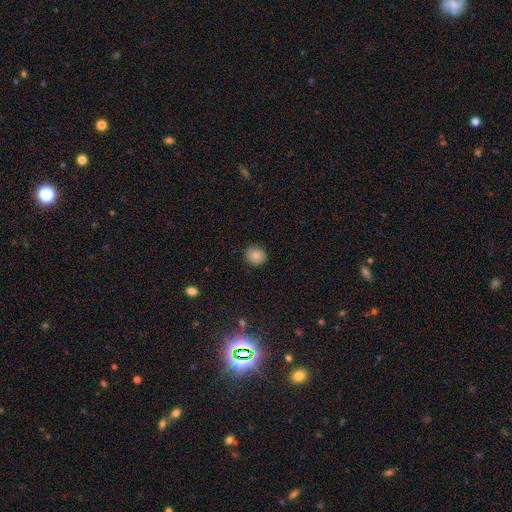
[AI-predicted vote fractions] Smooth or featured?
  - smooth: 82% *
  - star or artifact: 10%
  - featured or disk: 8%
How rounded?
  - round: 88% *
  - in between: 11%
  - cigar-shaped: 1%
Merging?
  - none: 86% *
  - minor disturbance: 11%
  - major disturbance: 2%
  - merger: 1%